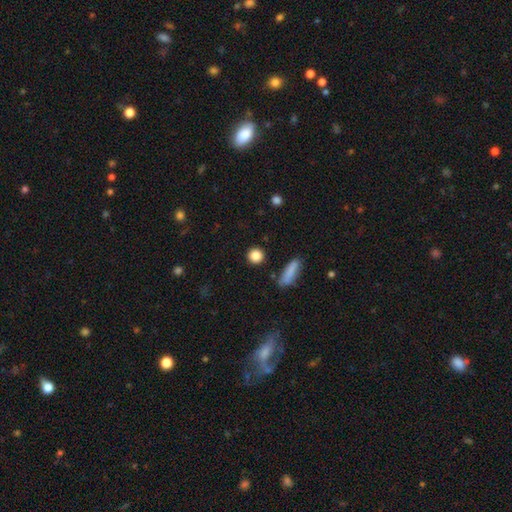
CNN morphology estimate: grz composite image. It shows a smooth galaxy with no disk features (86%) that is round (90%). Merging: none (89%).